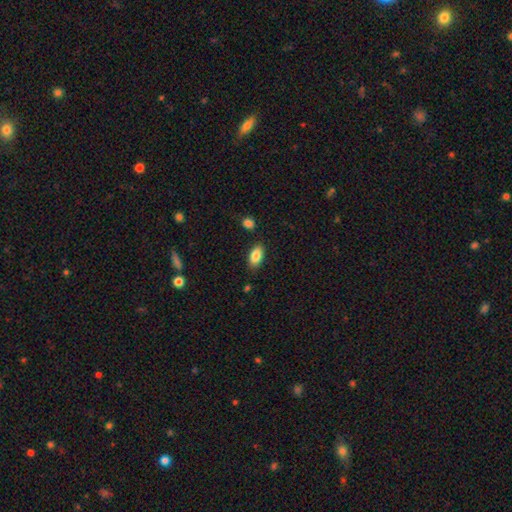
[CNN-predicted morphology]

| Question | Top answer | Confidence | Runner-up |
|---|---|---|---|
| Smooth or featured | smooth | 86% | star or artifact (7%) |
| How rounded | in between | 92% | cigar-shaped (4%) |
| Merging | none | 84% | minor disturbance (11%) |